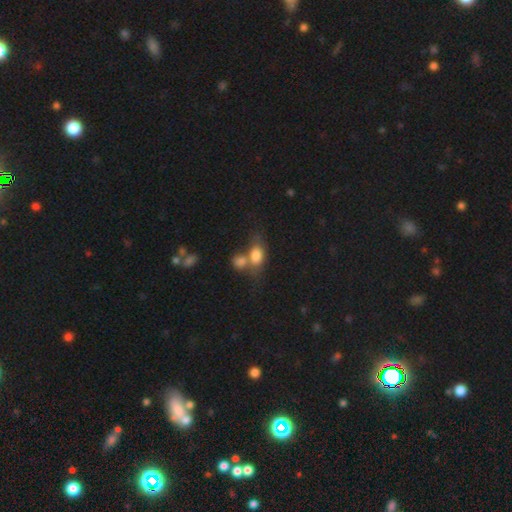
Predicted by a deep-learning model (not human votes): smooth-or-featured: smooth: 78% | featured or disk: 13% | star or artifact: 9%
  how-rounded: in between: 78% | round: 17% | cigar-shaped: 5%
  merging: merger: 55% | none: 27% | minor disturbance: 11% | major disturbance: 7%